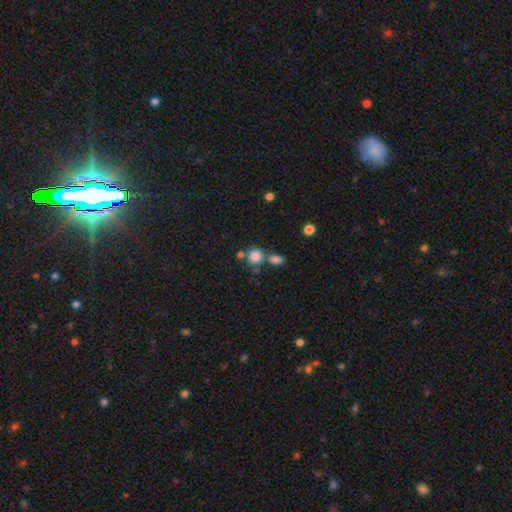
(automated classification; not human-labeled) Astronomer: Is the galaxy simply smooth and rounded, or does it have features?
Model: smooth — 83%.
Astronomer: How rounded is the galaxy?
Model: round — 86%.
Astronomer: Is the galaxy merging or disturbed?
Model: none — 57%.